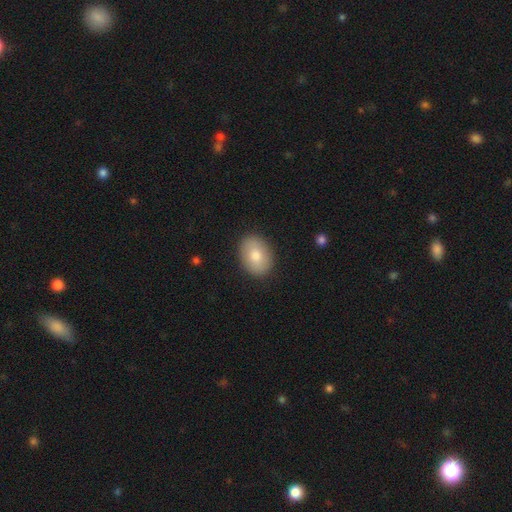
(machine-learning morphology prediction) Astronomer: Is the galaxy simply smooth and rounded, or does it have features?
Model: smooth — 77%.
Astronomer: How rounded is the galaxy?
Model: in between — 70%.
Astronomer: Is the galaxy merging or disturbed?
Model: none — 88%.